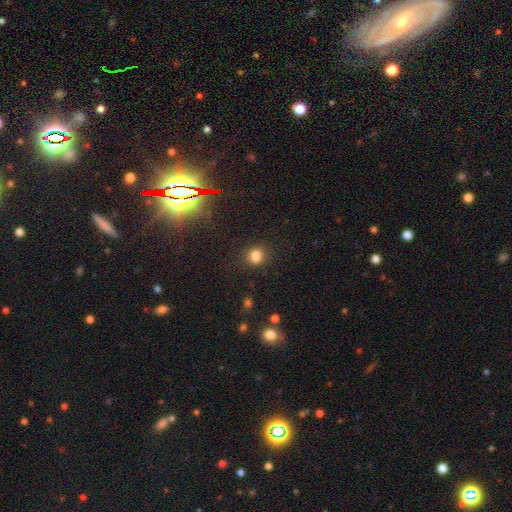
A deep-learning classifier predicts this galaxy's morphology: This appears to be a smooth galaxy with no disk features (81%) that is round (80%). Merging: none (85%).